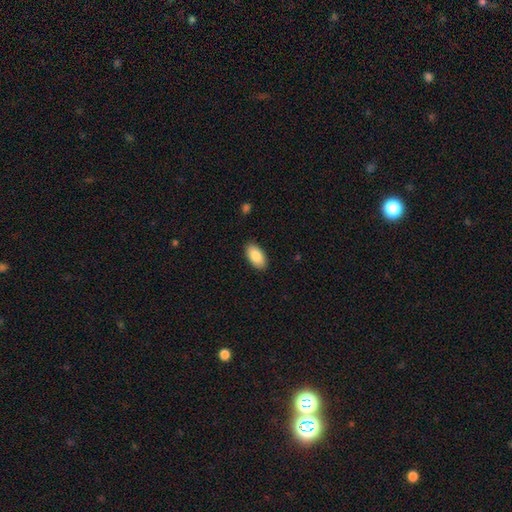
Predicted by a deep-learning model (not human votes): Smooth or featured? Predicted: smooth (p=0.88). How rounded? Predicted: in between (p=0.95). Merging? Predicted: none (p=0.89).